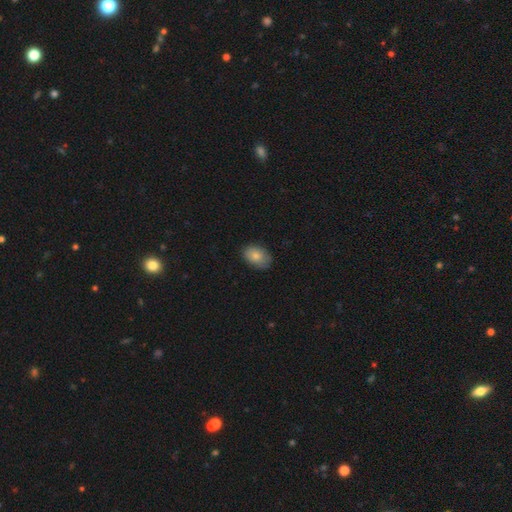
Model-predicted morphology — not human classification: Q: Smooth or featured?
A: smooth (82%); runner-up: featured or disk (11%)
Q: How rounded?
A: in between (83%); runner-up: round (16%)
Q: Merging?
A: none (82%); runner-up: minor disturbance (15%)